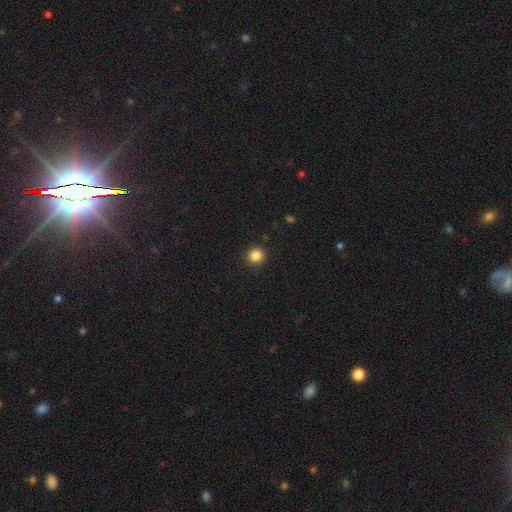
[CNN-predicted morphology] The model was most divided on "smooth or featured": smooth: 85%, star or artifact: 11%, featured or disk: 4%. More confident: how rounded — round (92%); merging — none (92%).